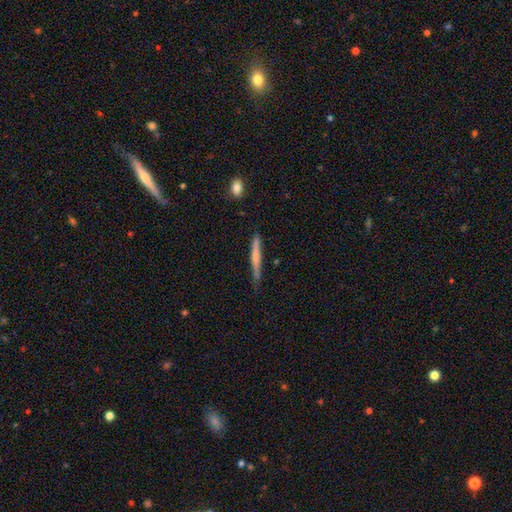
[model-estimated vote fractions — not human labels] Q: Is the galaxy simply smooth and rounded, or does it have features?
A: smooth — 59%.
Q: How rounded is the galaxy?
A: cigar-shaped — 96%.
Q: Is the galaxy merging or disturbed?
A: none — 71%.